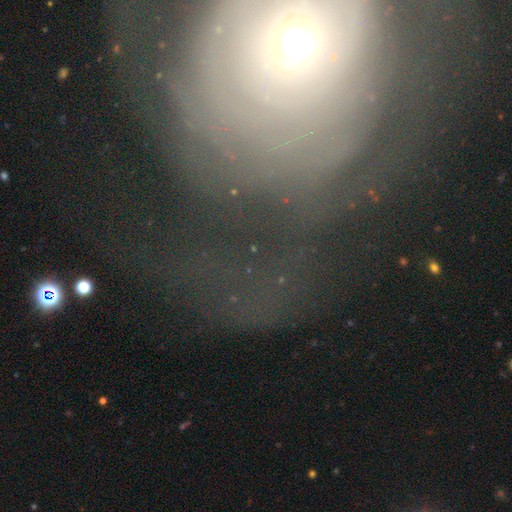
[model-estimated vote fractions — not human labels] Smooth or featured?
  - featured or disk: 58% *
  - smooth: 25%
  - star or artifact: 17%
Edge-on disk?
  - no: 94% *
  - yes: 6%
Bar?
  - no: 81% *
  - weak: 13%
  - strong: 6%
Spiral arms?
  - yes: 52% *
  - no: 48%
Bulge size?
  - small: 45% *
  - moderate: 44%
  - large: 6%
  - dominant: 3%
  - none: 2%
Merging?
  - major disturbance: 44% *
  - none: 38%
  - minor disturbance: 14%
  - merger: 5%